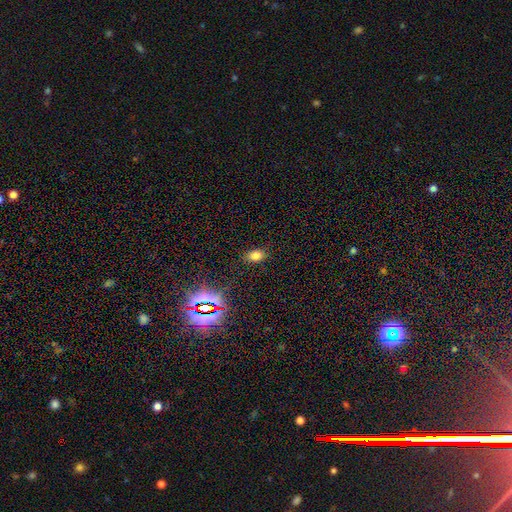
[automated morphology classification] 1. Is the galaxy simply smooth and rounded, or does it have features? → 75% smooth, 18% star or artifact, 7% featured or disk.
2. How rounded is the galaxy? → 80% in between, 18% round, 2% cigar-shaped.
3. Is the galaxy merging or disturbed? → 84% none, 11% minor disturbance, 3% major disturbance, 1% merger.